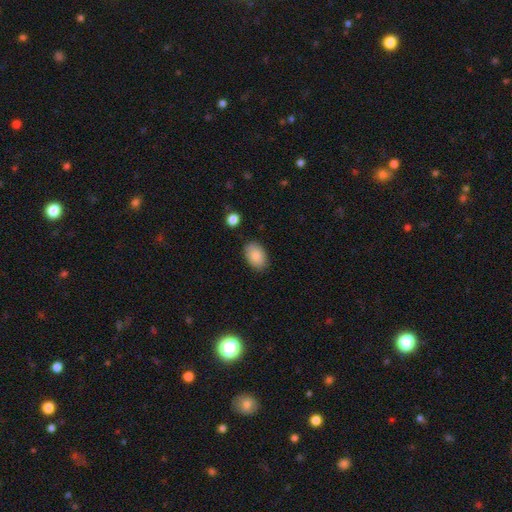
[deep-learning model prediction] smooth-or-featured: smooth: 86% | star or artifact: 7% | featured or disk: 7%
  how-rounded: in between: 87% | round: 11% | cigar-shaped: 1%
  merging: none: 83% | minor disturbance: 13% | major disturbance: 3% | merger: 2%